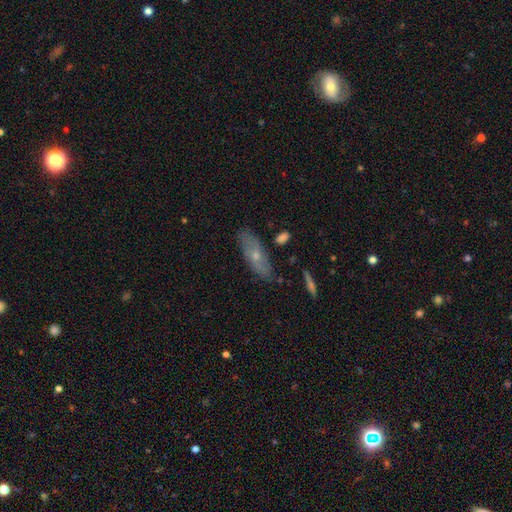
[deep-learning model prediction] featured or disk 47%, smooth 45%, star or artifact 8%. Down the decision tree: merging — none (79%).